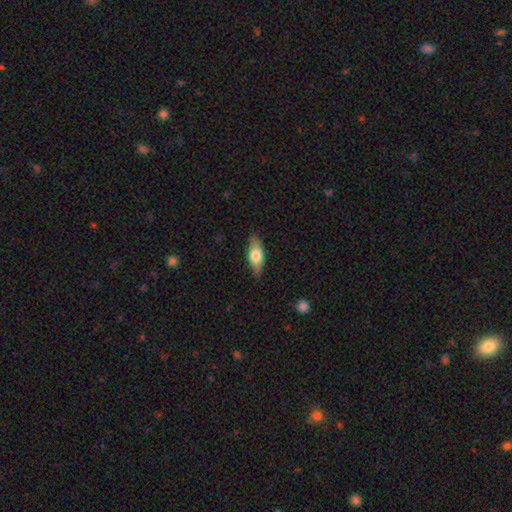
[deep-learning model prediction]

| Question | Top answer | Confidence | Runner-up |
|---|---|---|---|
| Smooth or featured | smooth | 66% | featured or disk (28%) |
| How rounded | in between | 73% | cigar-shaped (24%) |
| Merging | none | 85% | minor disturbance (11%) |